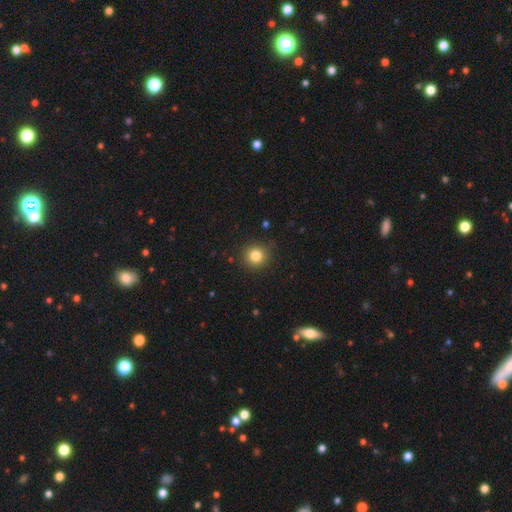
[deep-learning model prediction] The model was most divided on "smooth or featured": smooth: 83%, star or artifact: 12%, featured or disk: 6%. More confident: how rounded — round (91%); merging — none (89%).